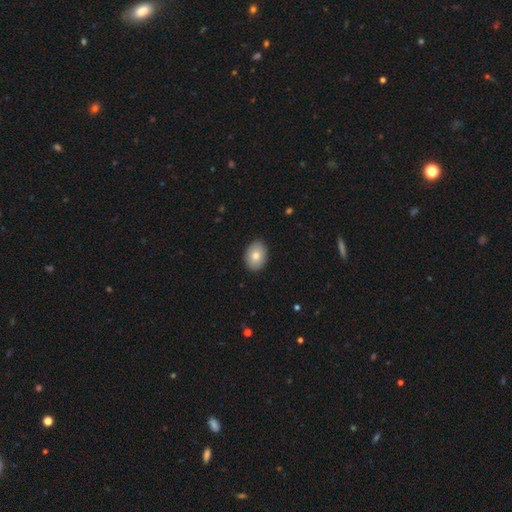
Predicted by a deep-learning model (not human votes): Q: Smooth or featured?
A: smooth (80%); runner-up: featured or disk (13%)
Q: How rounded?
A: in between (77%); runner-up: round (23%)
Q: Merging?
A: none (89%); runner-up: minor disturbance (8%)